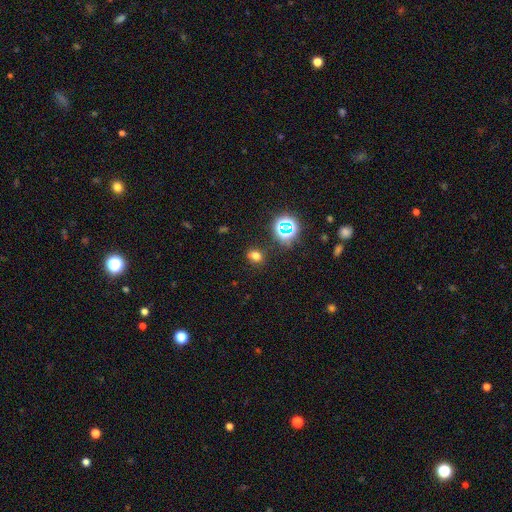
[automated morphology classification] This appears to be a smooth galaxy with no disk features (68%) that is round (53%). Merging: none (84%).